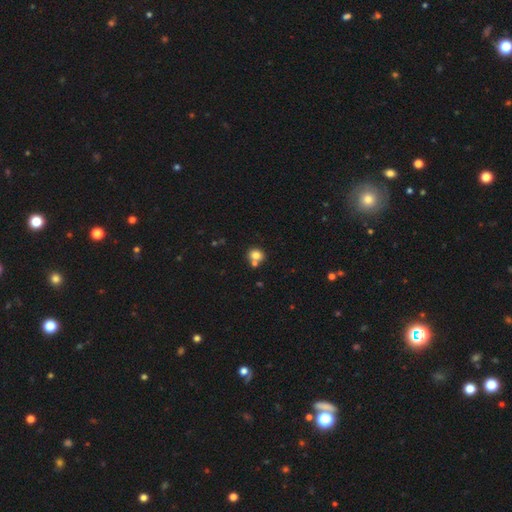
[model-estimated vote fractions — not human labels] Q: Smooth or featured?
A: smooth (80%); runner-up: star or artifact (11%)
Q: How rounded?
A: round (69%); runner-up: in between (30%)
Q: Merging?
A: none (56%); runner-up: merger (30%)